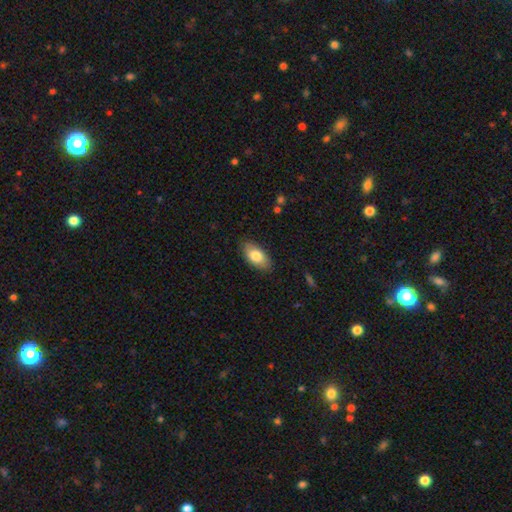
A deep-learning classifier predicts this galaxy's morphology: This appears to be a smooth galaxy with no disk features (81%) that is in between round and cigar-shaped (93%). Merging: none (87%).